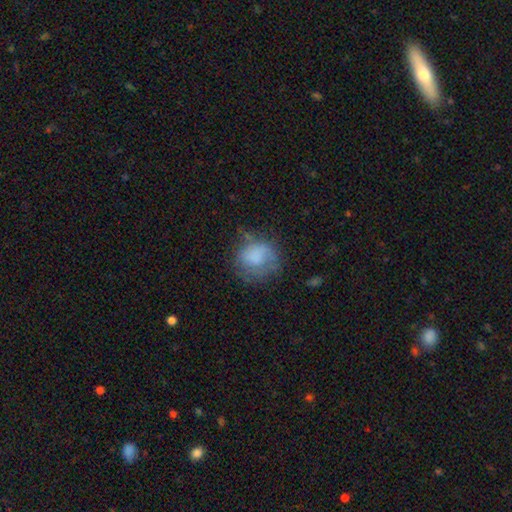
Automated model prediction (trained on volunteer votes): Morphology: type=smooth (67%); roundness=round (78%); merging=none (49%).